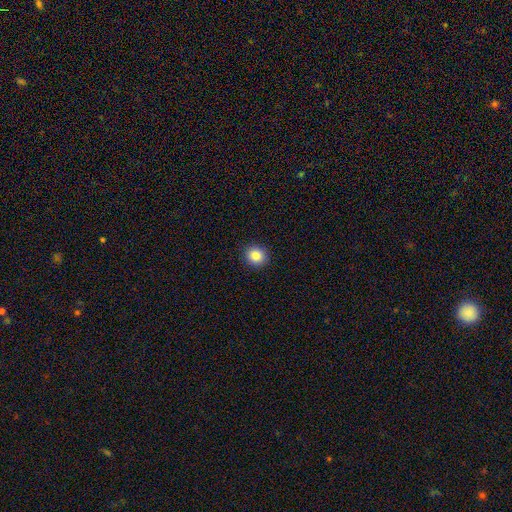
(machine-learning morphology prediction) This appears to be a smooth galaxy with no disk features (85%) that is round (88%). Merging: none (92%).